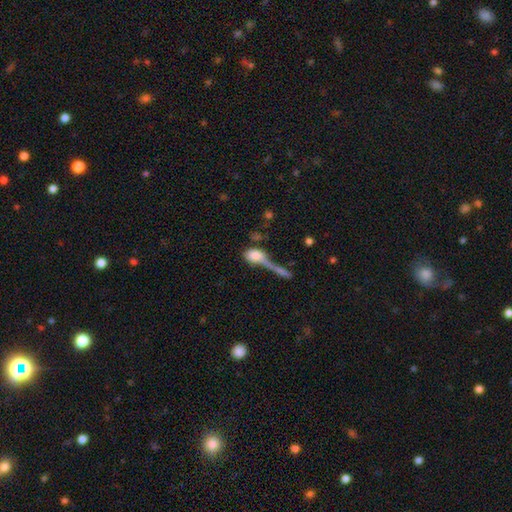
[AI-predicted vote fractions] The model was most divided on "merging": merger: 40%, none: 26%, major disturbance: 22%, minor disturbance: 12%. More confident: smooth or featured — smooth (71%); how rounded — in between (63%).